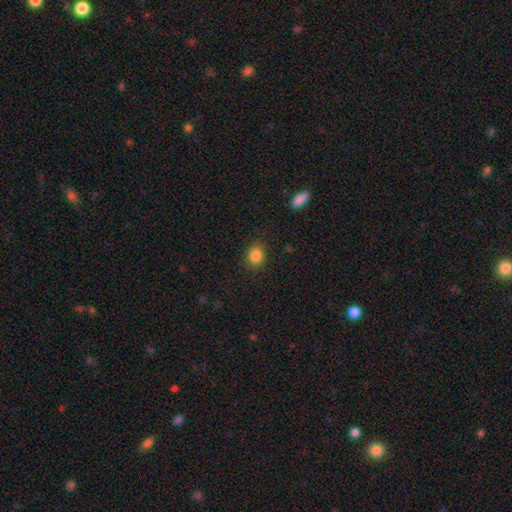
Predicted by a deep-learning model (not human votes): This is clearly a smooth galaxy (85%). How rounded: possibly round (57%). Merging: clearly none (88%).